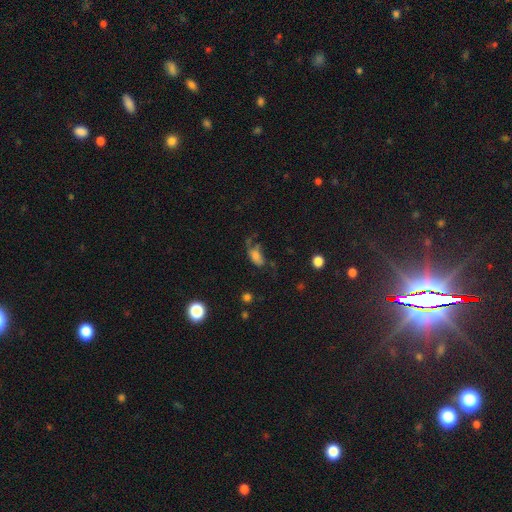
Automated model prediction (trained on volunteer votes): A smooth galaxy with no disk features (64%) that is in between round and cigar-shaped (86%).

Vote fractions:
- Smooth or featured? smooth: 64% / featured or disk: 22% / star or artifact: 14%
- How rounded? in between: 86% / round: 7% / cigar-shaped: 7%
- Merging? major disturbance: 34% (tied) / none: 34% (tied) / minor disturbance: 26% / merger: 7%